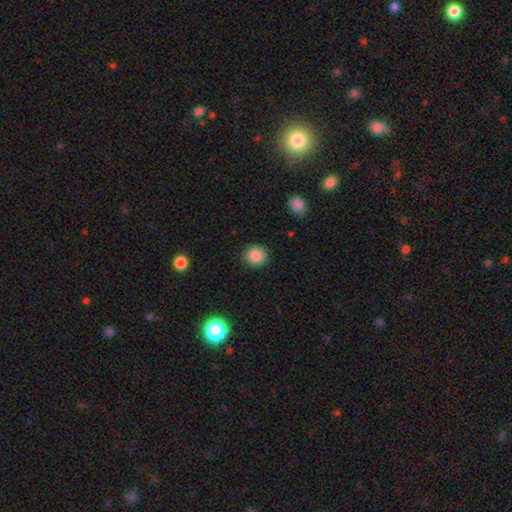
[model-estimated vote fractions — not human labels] A smooth galaxy with no disk features (87%) that is round (88%). Merging: none (90%).